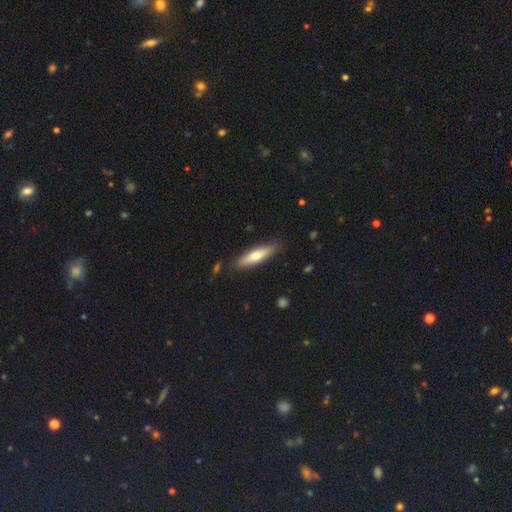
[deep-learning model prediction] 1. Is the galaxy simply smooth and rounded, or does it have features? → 65% smooth, 29% featured or disk, 6% star or artifact.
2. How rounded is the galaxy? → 70% cigar-shaped, 29% in between, 2% round.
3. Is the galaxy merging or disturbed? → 86% none, 10% minor disturbance, 2% major disturbance, 2% merger.